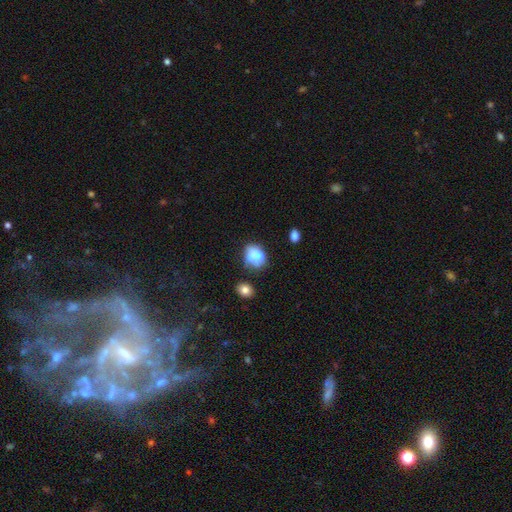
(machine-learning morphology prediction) smooth-or-featured: smooth: 71% | featured or disk: 18% | star or artifact: 11%
  how-rounded: in between: 55% | round: 44% | cigar-shaped: 1%
  merging: none: 43% | minor disturbance: 26% | merger: 19% | major disturbance: 13%